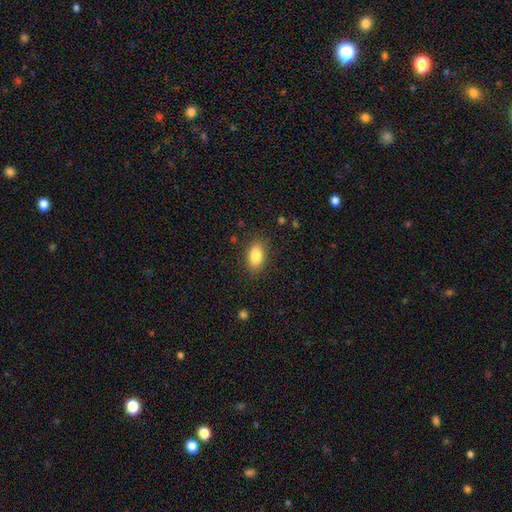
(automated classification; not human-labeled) A smooth galaxy with no disk features (86%) that is in between round and cigar-shaped (90%).

Vote fractions:
- Smooth or featured? smooth: 86% / star or artifact: 8% / featured or disk: 6%
- How rounded? in between: 90% / round: 6% / cigar-shaped: 3%
- Merging? none: 86% / minor disturbance: 10% / major disturbance: 3% / merger: 1%